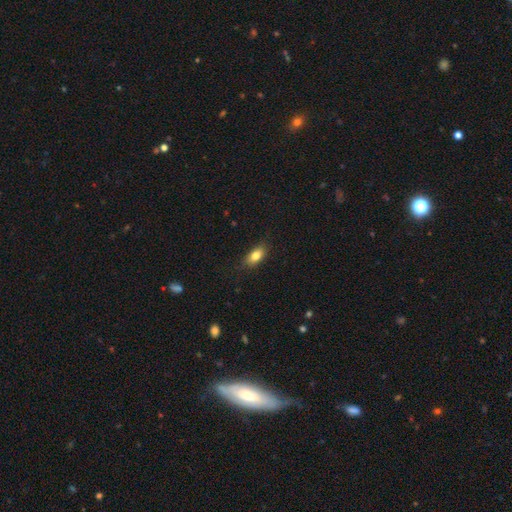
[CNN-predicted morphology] A smooth galaxy with no disk features (81%) that is in between round and cigar-shaped (85%).

Vote fractions:
- Smooth or featured? smooth: 81% / featured or disk: 11% / star or artifact: 8%
- How rounded? in between: 85% / cigar-shaped: 8% / round: 7%
- Merging? none: 82% / minor disturbance: 14% / major disturbance: 3% / merger: 1%